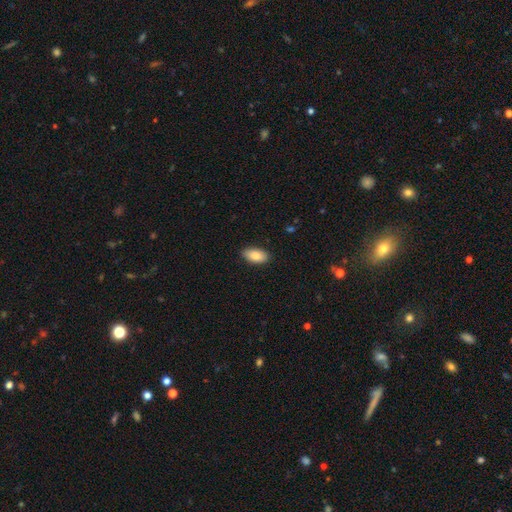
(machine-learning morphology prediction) Overall: smooth (87%). How rounded: in between (93%). Merging: none (87%).